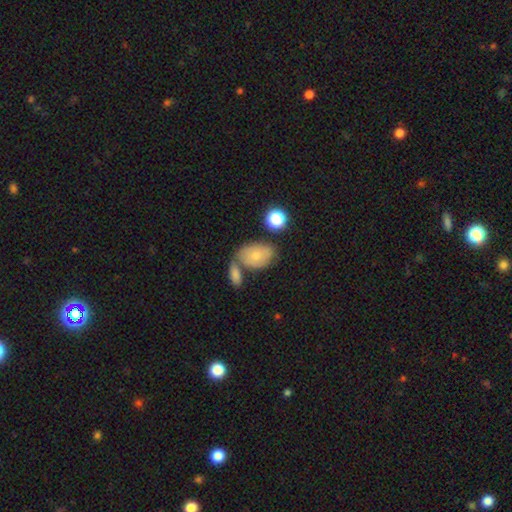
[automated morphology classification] A smooth galaxy with no disk features (67%) that is in between round and cigar-shaped (83%).

Vote fractions:
- Smooth or featured? smooth: 67% / featured or disk: 24% / star or artifact: 9%
- How rounded? in between: 83% / round: 16% / cigar-shaped: 2%
- Merging? none: 51% / merger: 25% / minor disturbance: 18% / major disturbance: 6%